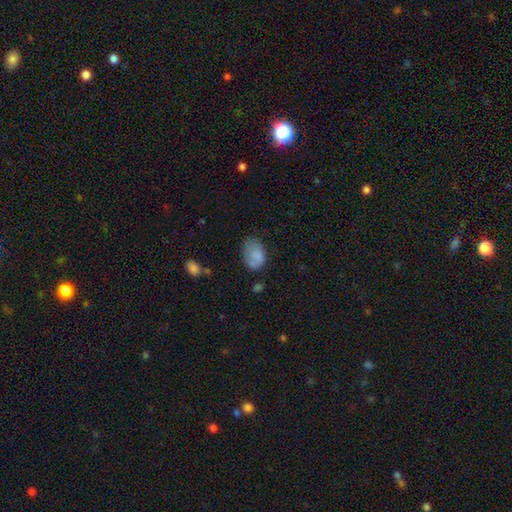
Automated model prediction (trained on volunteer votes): A smooth galaxy with no disk features (80%) that is in between round and cigar-shaped (84%). Merging: none (52%).